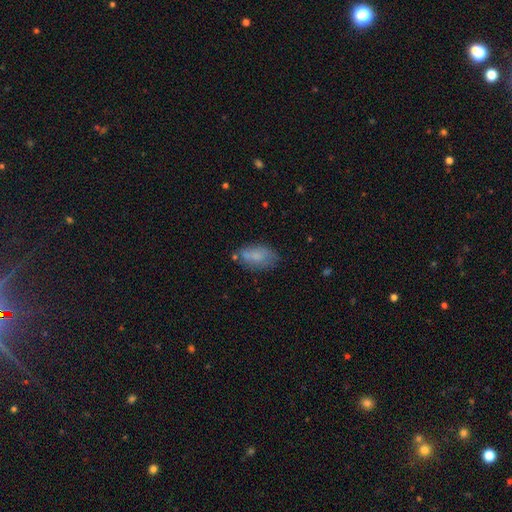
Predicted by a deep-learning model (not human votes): smooth 74%, featured or disk 18%, star or artifact 8%. Down the decision tree: how rounded — in between (91%); merging — none (62%).